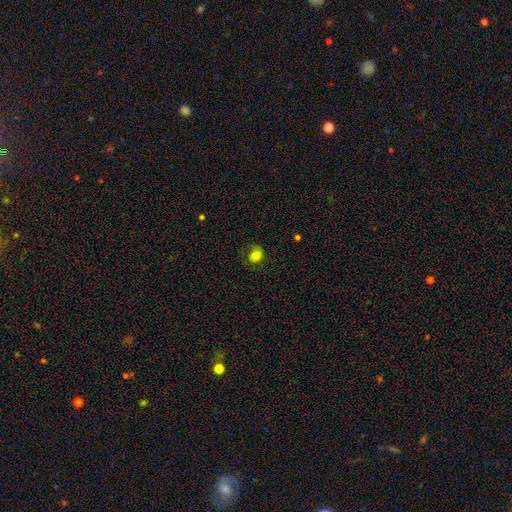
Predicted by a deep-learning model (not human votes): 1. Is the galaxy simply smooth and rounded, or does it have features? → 77% smooth, 12% featured or disk, 11% star or artifact.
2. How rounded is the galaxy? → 60% round, 39% in between, 1% cigar-shaped.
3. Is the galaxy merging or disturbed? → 64% none, 23% minor disturbance, 12% major disturbance, 1% merger.